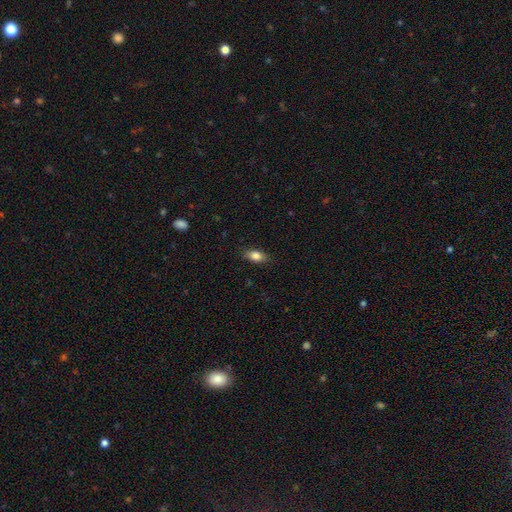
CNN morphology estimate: smooth_or_featured: smooth (p=0.84) [alt: featured or disk p=0.09]
how_rounded: in between (p=0.86) [alt: cigar-shaped p=0.09]
merging: none (p=0.85) [alt: minor disturbance p=0.11]